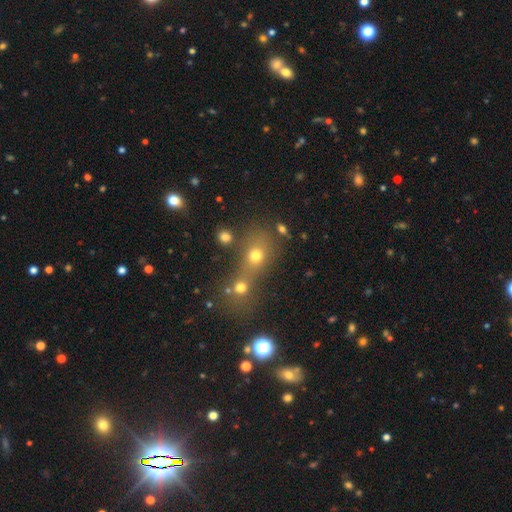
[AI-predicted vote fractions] Smooth or featured: smooth — 64% (star or artifact — 22%)
How rounded: round — 66% (in between — 32%)
Merging: merger — 52% (none — 34%)